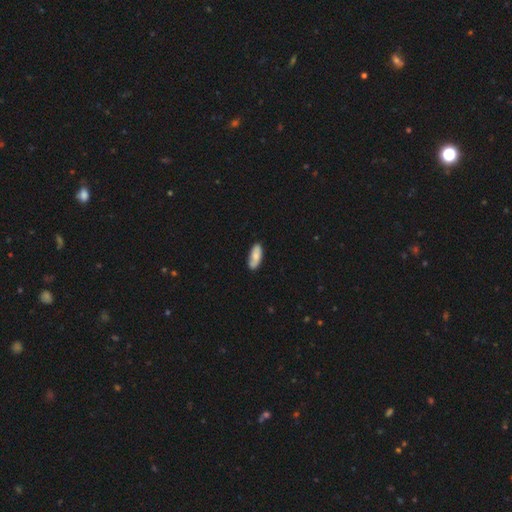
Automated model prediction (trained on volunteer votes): smooth 72%, featured or disk 22%, star or artifact 6%. Down the decision tree: how rounded — in between (80%); merging — none (76%).